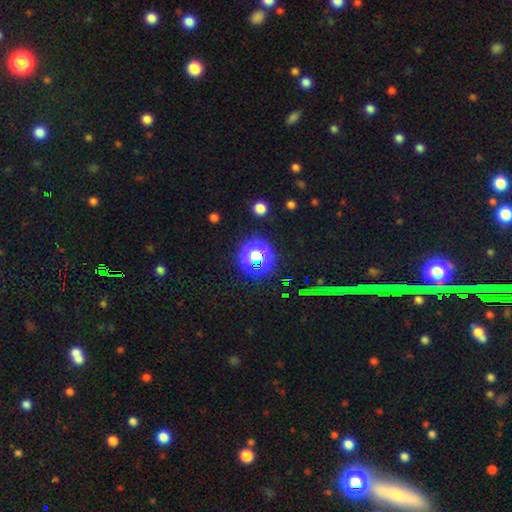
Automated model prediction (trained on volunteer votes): Smooth or featured? star or artifact (63%)